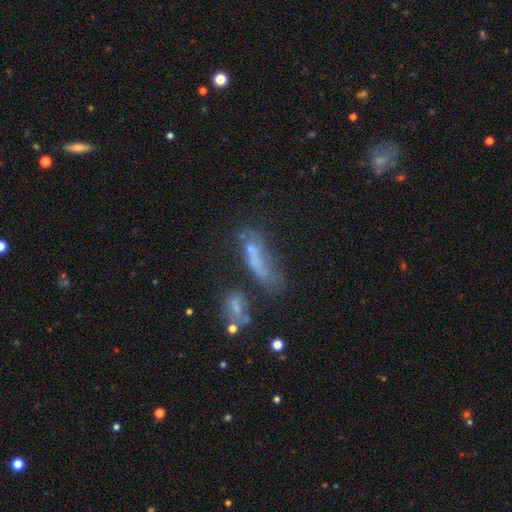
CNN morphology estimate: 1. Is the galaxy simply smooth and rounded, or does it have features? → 43% smooth, 36% featured or disk, 20% star or artifact.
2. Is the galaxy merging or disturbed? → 28% merger, 27% major disturbance, 27% none, 18% minor disturbance.